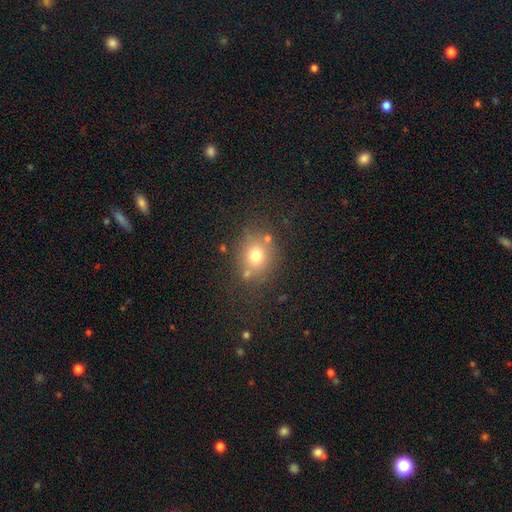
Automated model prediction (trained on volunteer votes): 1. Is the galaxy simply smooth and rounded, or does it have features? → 72% smooth, 15% star or artifact, 14% featured or disk.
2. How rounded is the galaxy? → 65% round, 34% in between, 1% cigar-shaped.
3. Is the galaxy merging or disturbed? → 72% none, 14% minor disturbance, 8% merger, 6% major disturbance.